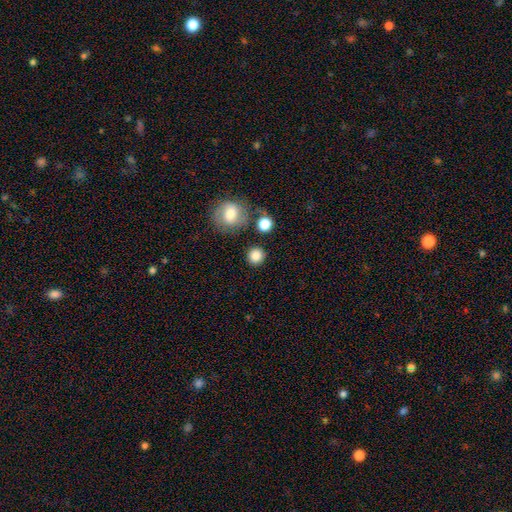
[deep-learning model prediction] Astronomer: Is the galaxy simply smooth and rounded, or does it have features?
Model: smooth — 85%.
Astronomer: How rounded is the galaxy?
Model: round — 92%.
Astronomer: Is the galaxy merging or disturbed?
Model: none — 84%.